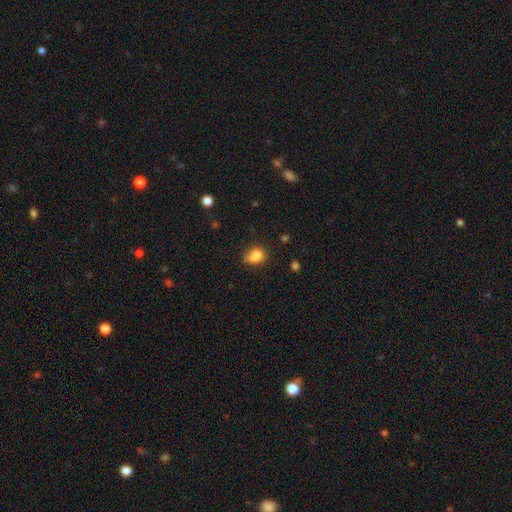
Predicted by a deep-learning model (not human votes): Morphology: type=smooth (79%); roundness=in between (60%); merging=none (40%).